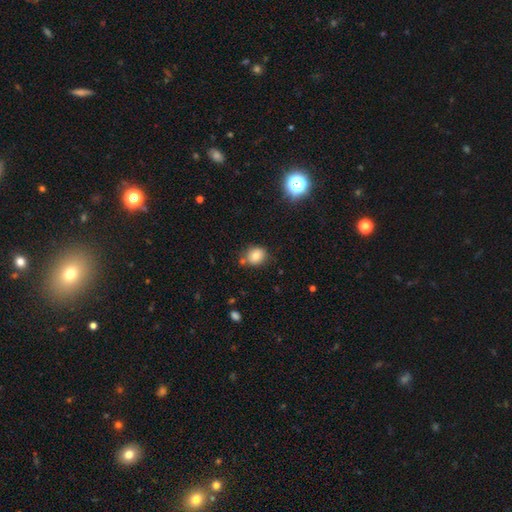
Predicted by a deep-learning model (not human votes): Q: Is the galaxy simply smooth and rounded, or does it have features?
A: smooth — 79%.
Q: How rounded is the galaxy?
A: round — 70%.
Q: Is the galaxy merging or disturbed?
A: none — 73%.